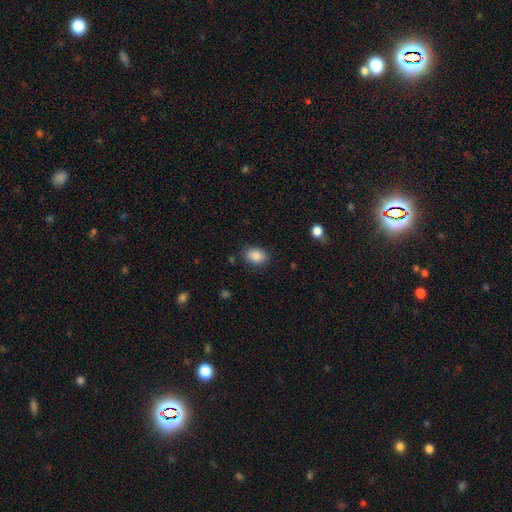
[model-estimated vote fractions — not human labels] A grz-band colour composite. It shows a smooth galaxy with no disk features (88%) that is in between round and cigar-shaped (78%). Merging: none (83%).